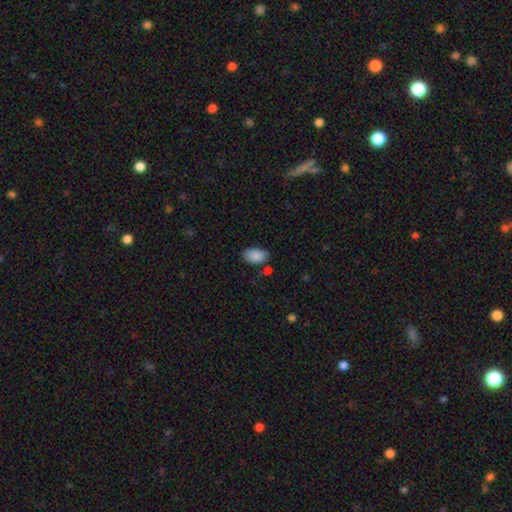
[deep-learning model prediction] Smooth or featured? Predicted: smooth (p=0.89). How rounded? Predicted: in between (p=0.94). Merging? Predicted: none (p=0.73).